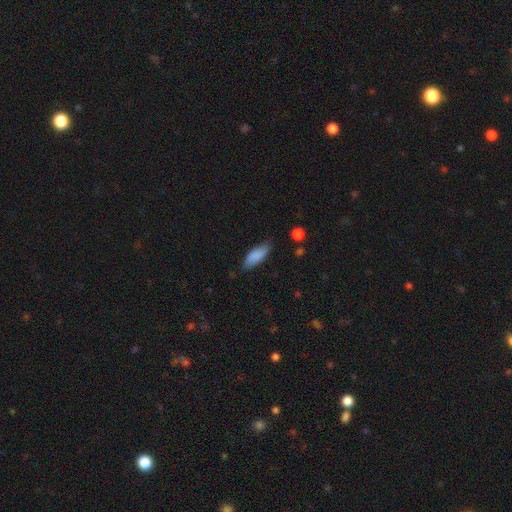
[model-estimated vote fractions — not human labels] The model was most divided on "how rounded": in between: 74%, cigar-shaped: 25%, round: 2%. More confident: smooth or featured — smooth (86%); merging — none (74%).